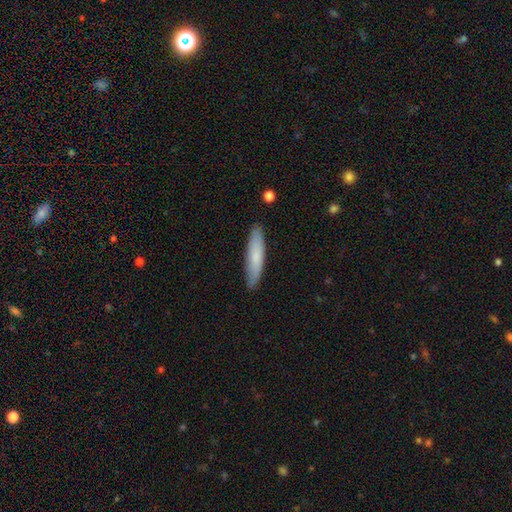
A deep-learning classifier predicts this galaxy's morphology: A smooth galaxy with no disk features (74%) that is cigar-shaped (82%). Merging: none (87%).